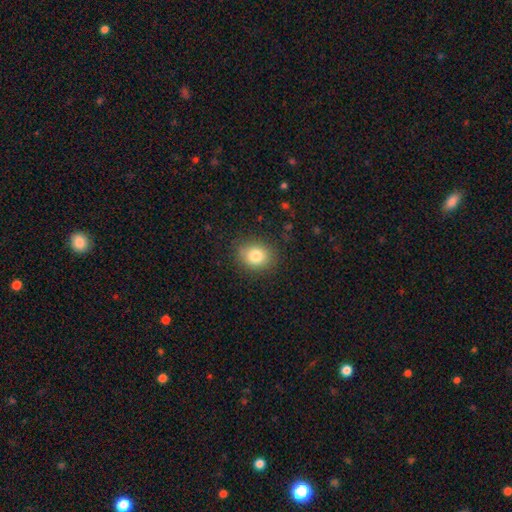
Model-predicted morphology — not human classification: Overall: smooth (81%). How rounded: round (62%; in between 37%). Merging: none (85%).